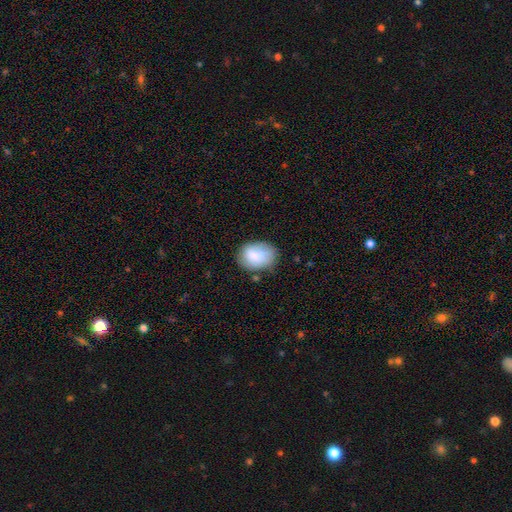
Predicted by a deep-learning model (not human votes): smooth-or-featured: smooth: 79% | featured or disk: 14% | star or artifact: 7%
  how-rounded: in between: 69% | round: 30% | cigar-shaped: 1%
  merging: none: 66% | minor disturbance: 24% | major disturbance: 6% | merger: 4%